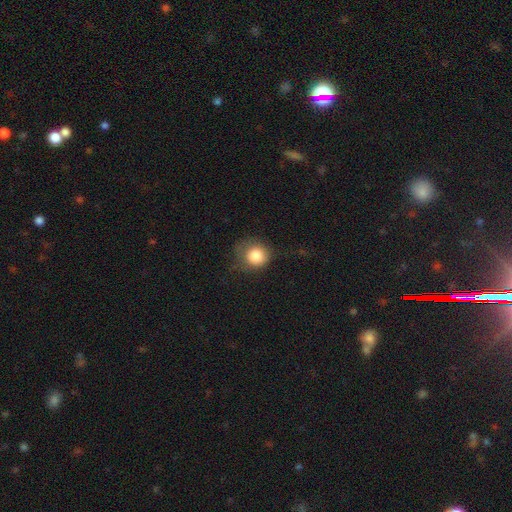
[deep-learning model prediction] Smooth or featured: smooth — 83% (star or artifact — 9%)
How rounded: round — 86% (in between — 13%)
Merging: none — 60% (minor disturbance — 25%)